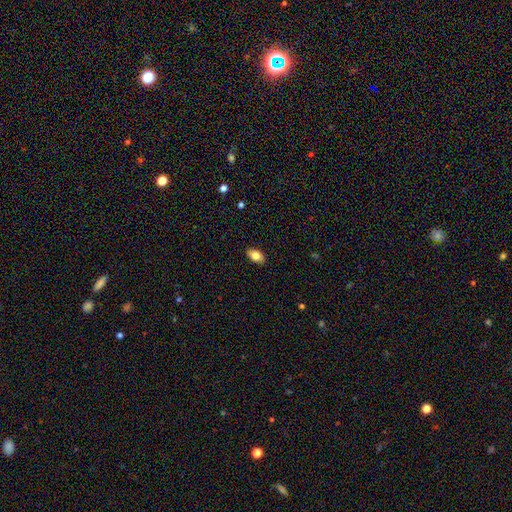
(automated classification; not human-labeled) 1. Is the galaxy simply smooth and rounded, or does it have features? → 83% smooth, 10% featured or disk, 7% star or artifact.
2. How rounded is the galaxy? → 92% in between, 6% round, 3% cigar-shaped.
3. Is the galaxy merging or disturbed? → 89% none, 9% minor disturbance, 2% major disturbance, 1% merger.